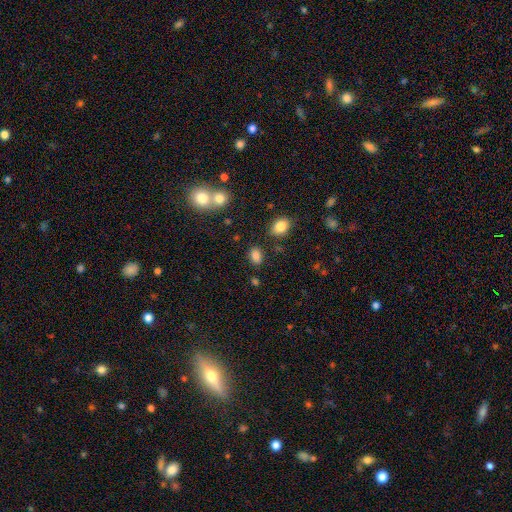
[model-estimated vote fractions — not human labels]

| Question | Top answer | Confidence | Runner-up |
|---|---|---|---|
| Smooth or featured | smooth | 84% | star or artifact (11%) |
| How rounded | in between | 83% | round (15%) |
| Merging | none | 80% | minor disturbance (11%) |